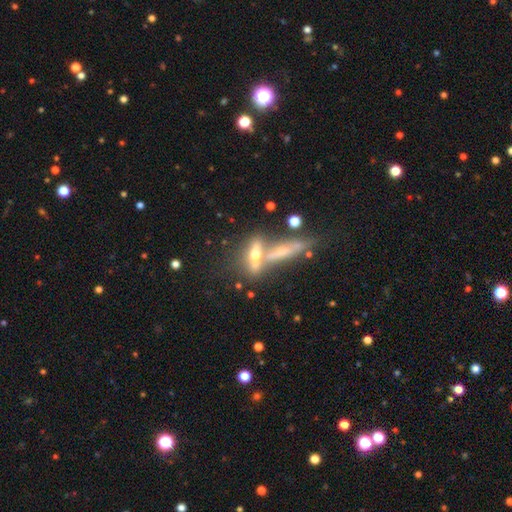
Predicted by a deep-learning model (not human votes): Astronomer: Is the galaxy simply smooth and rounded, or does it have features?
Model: featured or disk — 52% (runner-up: smooth, 37%).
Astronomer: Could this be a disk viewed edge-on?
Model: yes — 83%.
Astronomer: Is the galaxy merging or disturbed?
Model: none — 47% (runner-up: merger, 37%).